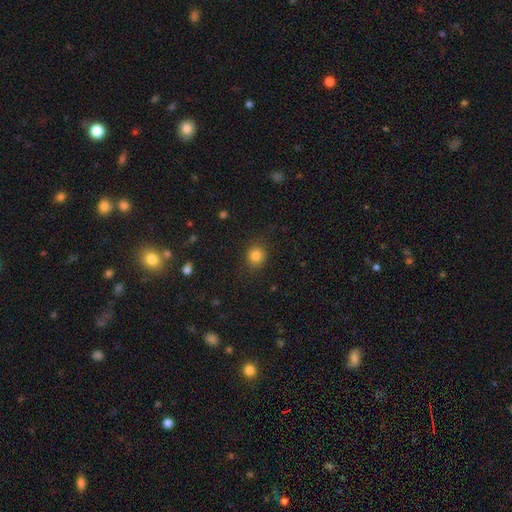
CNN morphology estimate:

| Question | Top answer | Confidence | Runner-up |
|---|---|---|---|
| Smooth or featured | smooth | 83% | star or artifact (12%) |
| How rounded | round | 85% | in between (14%) |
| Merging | none | 87% | minor disturbance (9%) |